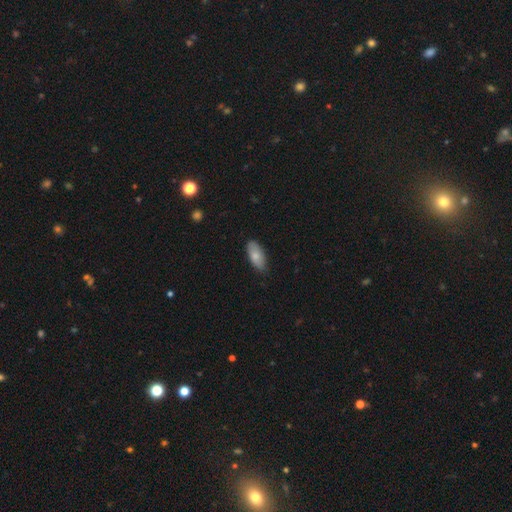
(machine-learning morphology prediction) smooth_or_featured: smooth (p=0.79) [alt: featured or disk p=0.15]
how_rounded: in between (p=0.88) [alt: cigar-shaped p=0.10]
merging: none (p=0.83) [alt: minor disturbance p=0.14]